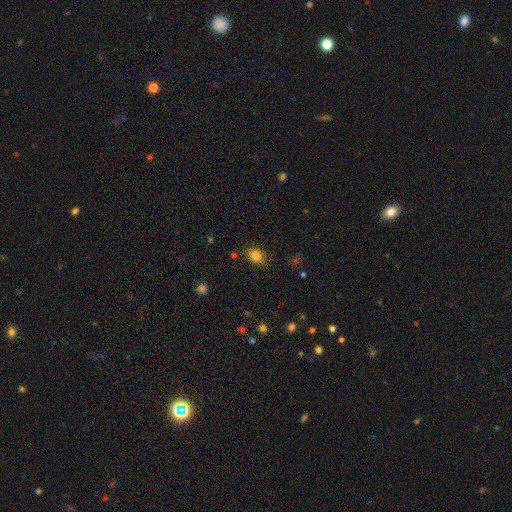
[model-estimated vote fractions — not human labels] A smooth galaxy with no disk features (82%) that is in between round and cigar-shaped (74%). Merging: none (81%).